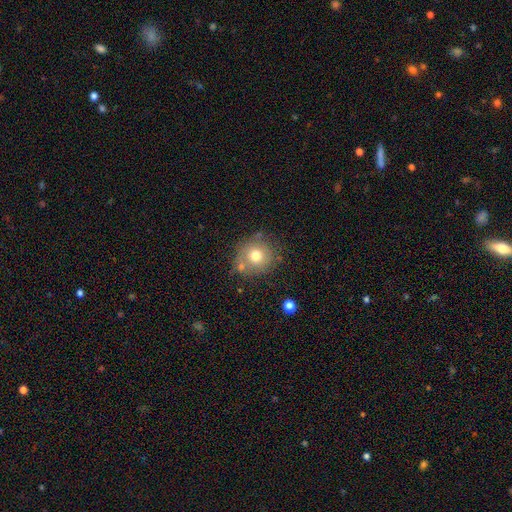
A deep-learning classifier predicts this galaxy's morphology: This is likely a smooth galaxy (72%). How rounded: clearly round (90%). Merging: likely none (69%).